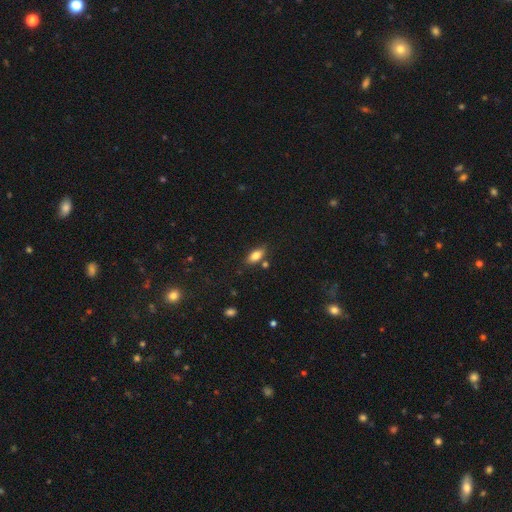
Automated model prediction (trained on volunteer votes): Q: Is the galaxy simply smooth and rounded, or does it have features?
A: smooth — 81%.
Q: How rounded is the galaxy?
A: in between — 87%.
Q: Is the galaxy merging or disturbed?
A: none — 77%.